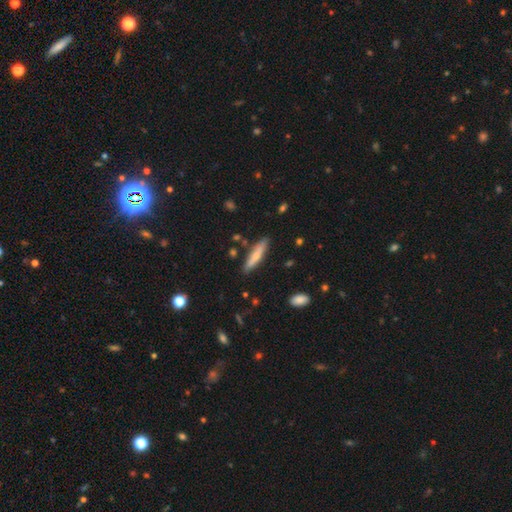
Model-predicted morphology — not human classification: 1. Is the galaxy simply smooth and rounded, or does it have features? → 66% smooth, 28% featured or disk, 6% star or artifact.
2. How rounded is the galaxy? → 85% cigar-shaped, 14% in between, 1% round.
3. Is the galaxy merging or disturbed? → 85% none, 11% minor disturbance, 3% merger, 2% major disturbance.